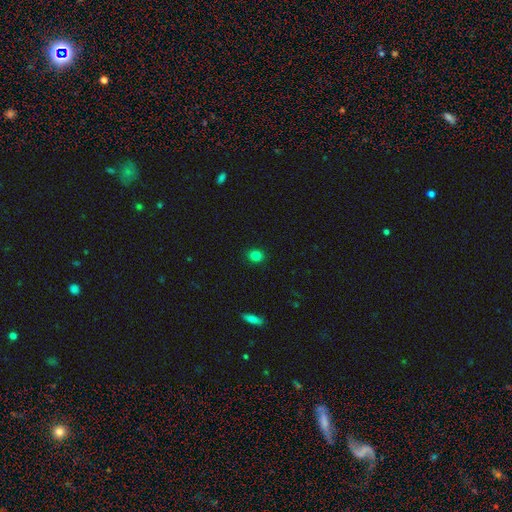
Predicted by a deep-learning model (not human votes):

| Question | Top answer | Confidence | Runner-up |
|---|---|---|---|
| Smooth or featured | smooth | 83% | star or artifact (12%) |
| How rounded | round | 67% | in between (32%) |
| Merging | none | 90% | minor disturbance (7%) |